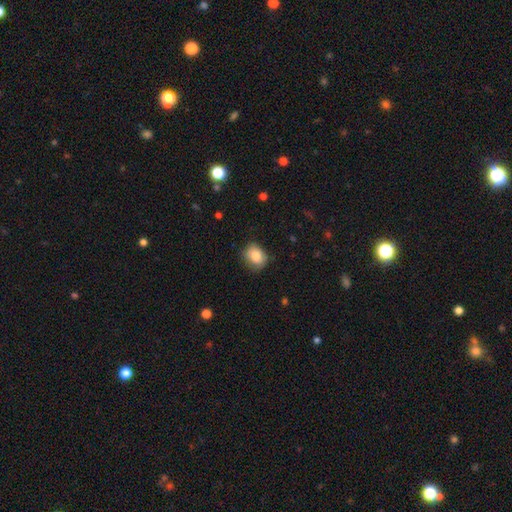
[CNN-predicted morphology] Overall: smooth (84%). How rounded: in between (51%; round 48%). Merging: none (69%).